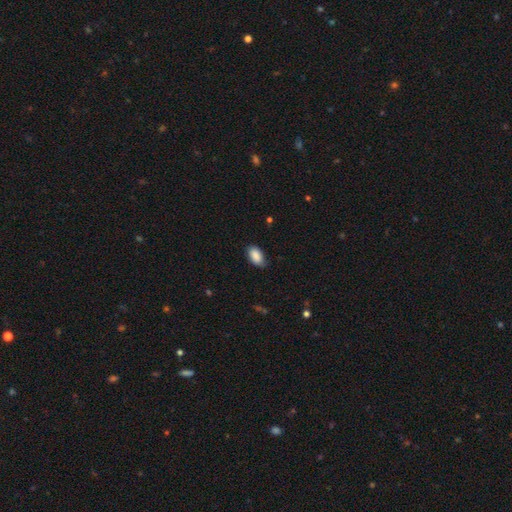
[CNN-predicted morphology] A smooth galaxy with no disk features (88%) that is in between round and cigar-shaped (93%).

Vote fractions:
- Smooth or featured? smooth: 88% / star or artifact: 7% / featured or disk: 6%
- How rounded? in between: 93% / round: 5% / cigar-shaped: 2%
- Merging? none: 74% / minor disturbance: 21% / major disturbance: 4% / merger: 1%